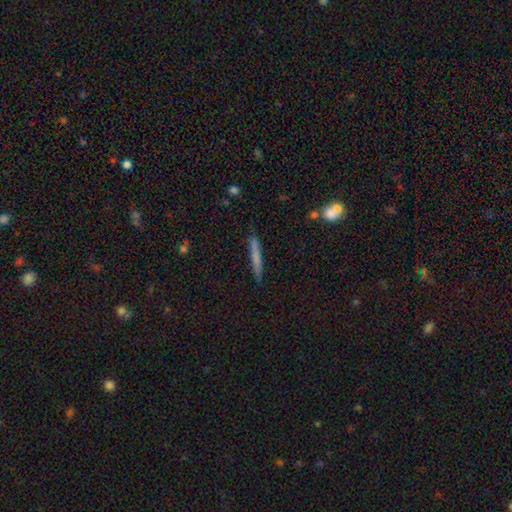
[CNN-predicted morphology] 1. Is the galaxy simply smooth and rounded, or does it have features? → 64% smooth, 29% featured or disk, 7% star or artifact.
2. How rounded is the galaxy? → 95% cigar-shaped, 3% in between, 2% round.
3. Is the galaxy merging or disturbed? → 86% none, 10% minor disturbance, 2% merger, 2% major disturbance.